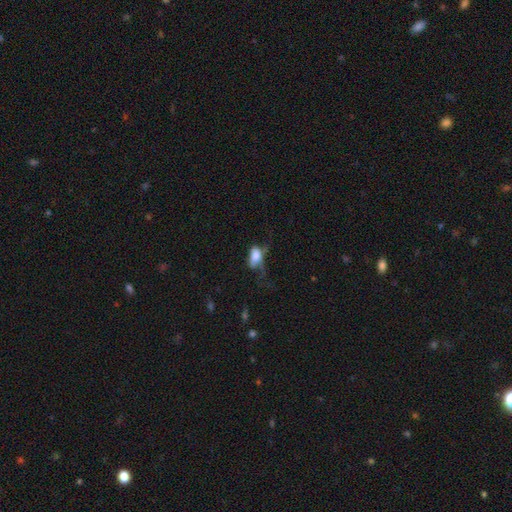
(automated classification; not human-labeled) smooth-or-featured: smooth: 67% | featured or disk: 24% | star or artifact: 10%
  how-rounded: in between: 87% | round: 8% | cigar-shaped: 5%
  merging: major disturbance: 53% | none: 21% | minor disturbance: 21% | merger: 5%